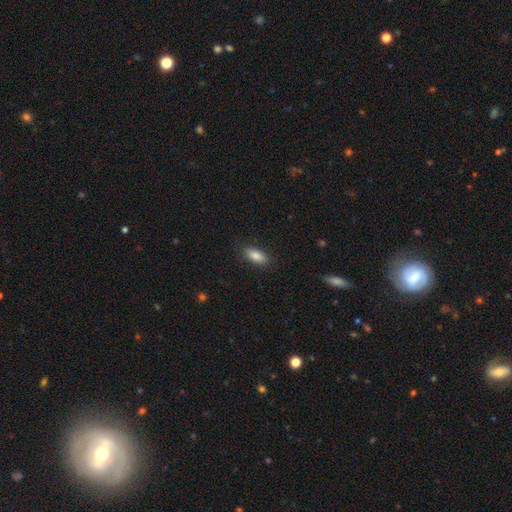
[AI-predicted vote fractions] smooth 85%, featured or disk 7%, star or artifact 7%. Down the decision tree: how rounded — in between (82%); merging — none (86%).